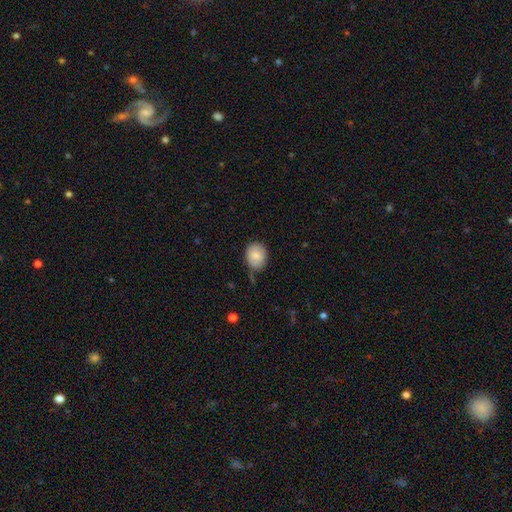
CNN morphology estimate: Smooth or featured?
  - smooth: 81% *
  - featured or disk: 11%
  - star or artifact: 8%
How rounded?
  - round: 51% *
  - in between: 49%
  - cigar-shaped: 1%
Merging?
  - none: 66% *
  - minor disturbance: 26%
  - major disturbance: 5%
  - merger: 3%